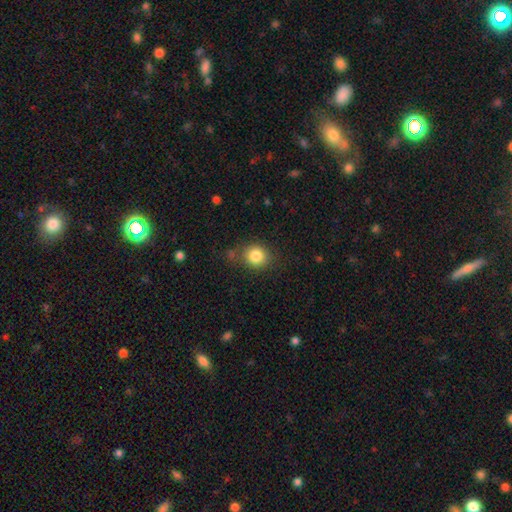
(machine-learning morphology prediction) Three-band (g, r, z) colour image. It shows a smooth galaxy with no disk features (84%) that is round (78%). Merging: none (77%).